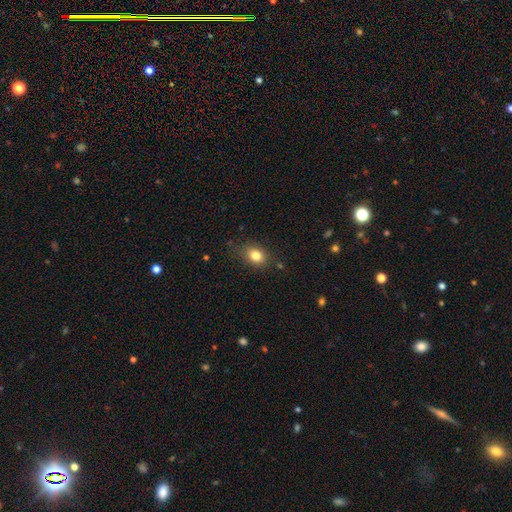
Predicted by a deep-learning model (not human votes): This appears to be a smooth galaxy with no disk features (81%) that is in between round and cigar-shaped (62%). Merging: none (77%).